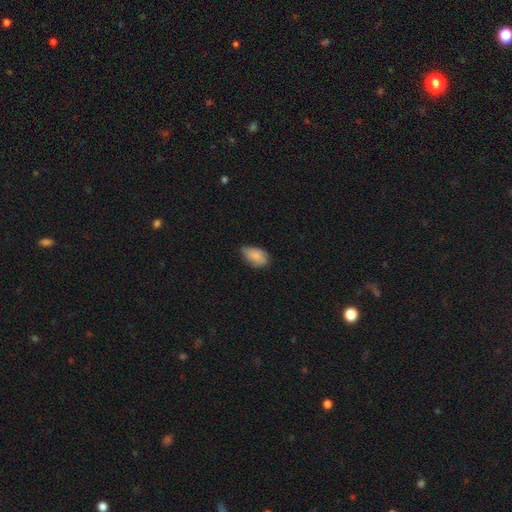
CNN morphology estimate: The model was most divided on "merging": none: 55%, minor disturbance: 38%, major disturbance: 6%, merger: 1%. More confident: how rounded — in between (92%); smooth or featured — smooth (82%).